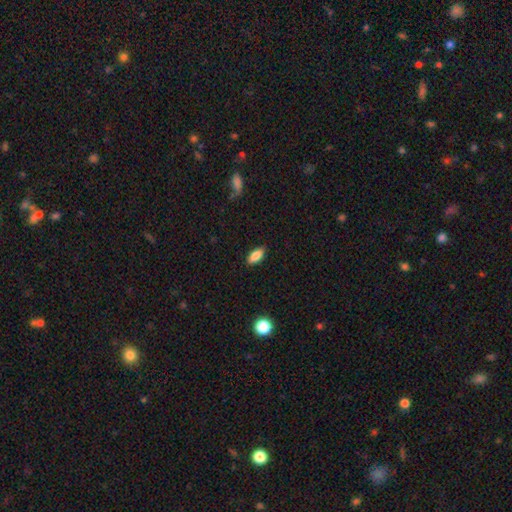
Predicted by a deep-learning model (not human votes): smooth_or_featured: smooth (p=0.84) [alt: featured or disk p=0.08]
how_rounded: in between (p=0.87) [alt: cigar-shaped p=0.10]
merging: none (p=0.88) [alt: minor disturbance p=0.09]